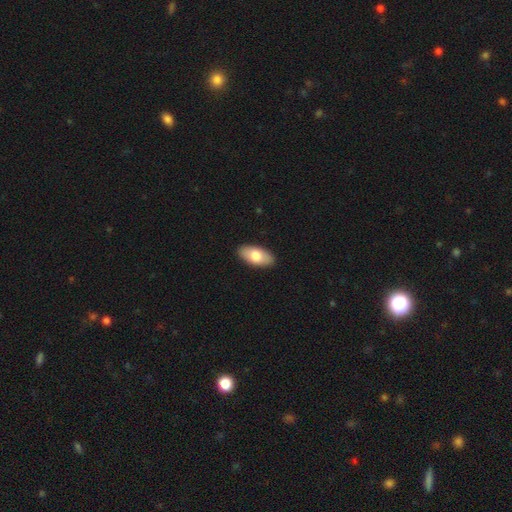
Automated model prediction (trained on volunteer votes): A smooth galaxy with no disk features (76%) that is in between round and cigar-shaped (93%). Merging: none (90%).